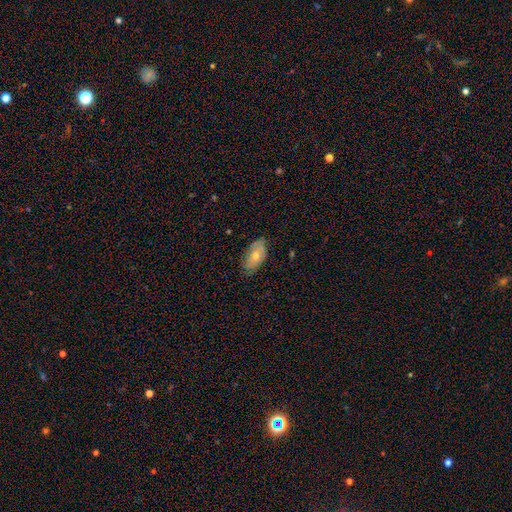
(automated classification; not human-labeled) A featured or disk galaxy (47%).

Vote fractions:
- Smooth or featured? featured or disk: 47% / smooth: 44% / star or artifact: 9%
- Merging? none: 76% / minor disturbance: 19% / major disturbance: 4% / merger: 1%